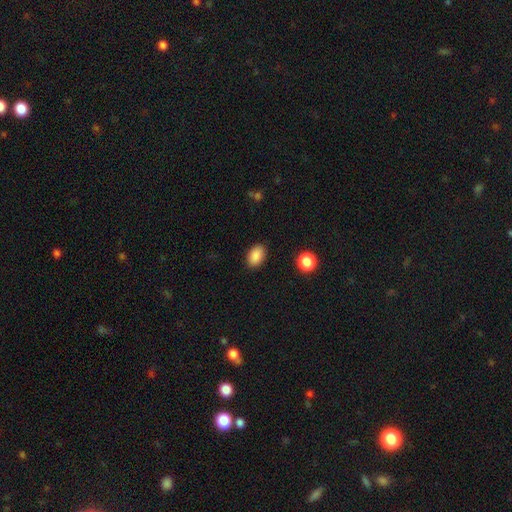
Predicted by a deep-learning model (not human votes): smooth 88%, star or artifact 8%, featured or disk 3%. Down the decision tree: how rounded — in between (87%); merging — none (88%).